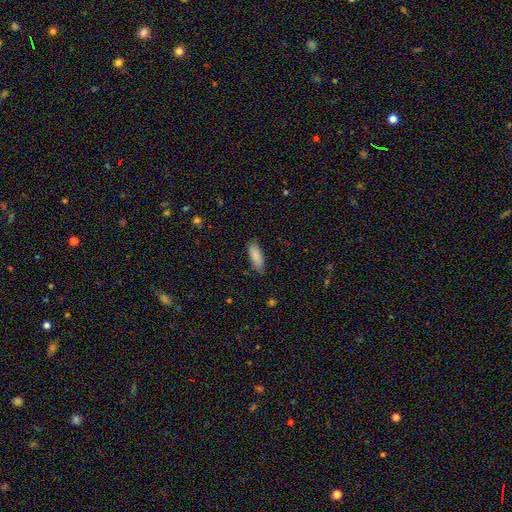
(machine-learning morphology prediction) Overall: smooth (86%). How rounded: in between (70%). Merging: none (80%).